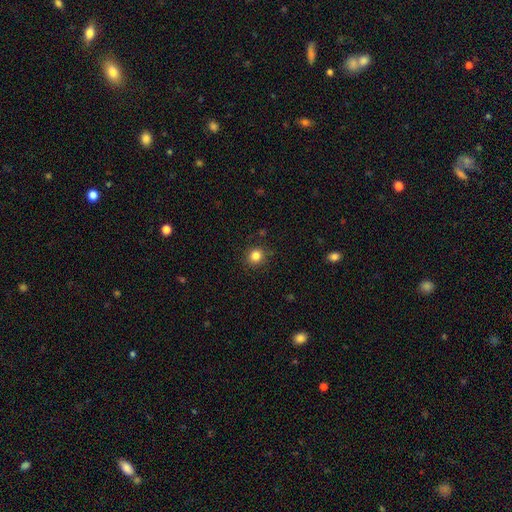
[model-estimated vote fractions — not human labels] This appears to be a smooth galaxy with no disk features (83%) that is round (87%). Merging: none (87%).